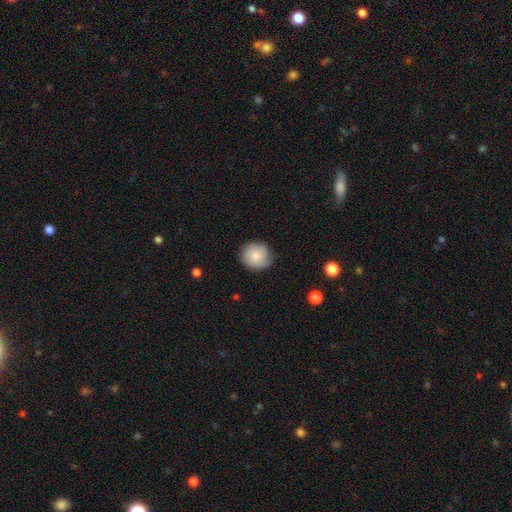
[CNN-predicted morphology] smooth-or-featured: smooth: 76% | featured or disk: 17% | star or artifact: 7%
  how-rounded: round: 91% | in between: 9% | cigar-shaped: 1%
  merging: none: 75% | minor disturbance: 20% | major disturbance: 4% | merger: 1%